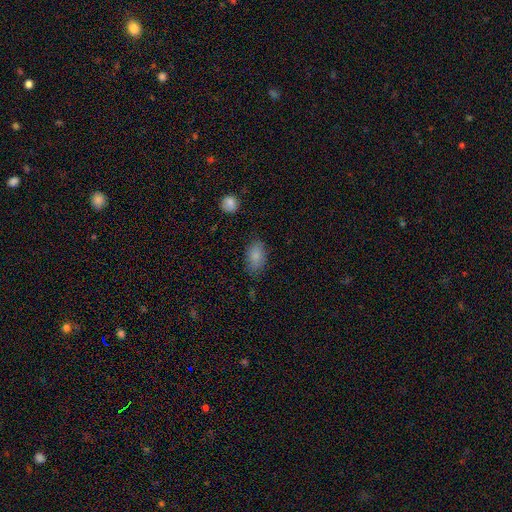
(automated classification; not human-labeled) Smooth or featured? smooth (85%)
How rounded? in between (90%)
Merging? none (75%)